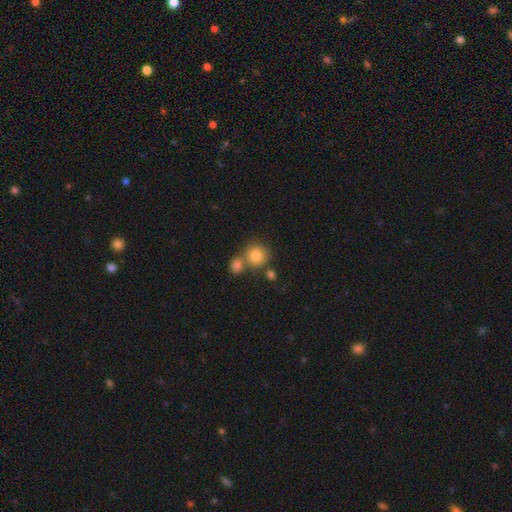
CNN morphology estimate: Q: Smooth or featured?
A: smooth (82%); runner-up: star or artifact (10%)
Q: How rounded?
A: round (88%); runner-up: in between (11%)
Q: Merging?
A: none (53%); runner-up: merger (35%)